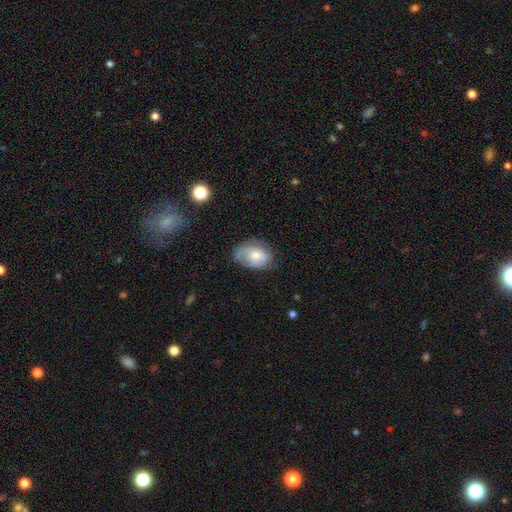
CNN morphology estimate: smooth_or_featured: smooth (p=0.51) [alt: featured or disk p=0.42]
how_rounded: in between (p=0.78) [alt: round p=0.21]
merging: none (p=0.55) [alt: minor disturbance p=0.31]